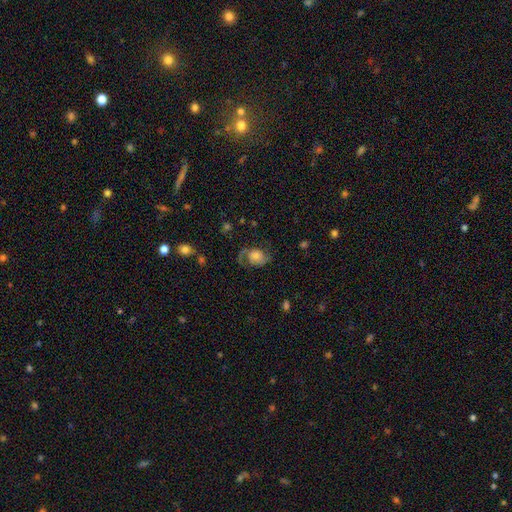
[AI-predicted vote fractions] Morphology: type=featured or disk (65%); edge-on=no (97%); bar=no (72%); spiral arms=yes (90%); winding=medium (44%); arm count=2 (69%); bulge=moderate (43%); merging=none (56%).